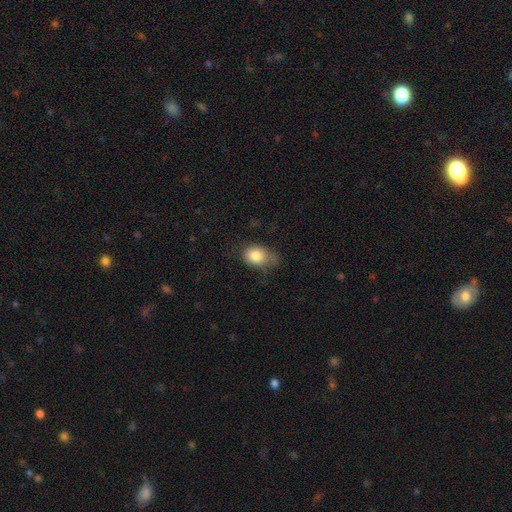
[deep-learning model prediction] smooth-or-featured: smooth: 83% | featured or disk: 9% | star or artifact: 8%
  how-rounded: in between: 69% | round: 30% | cigar-shaped: 1%
  merging: none: 49% | minor disturbance: 35% | major disturbance: 13% | merger: 2%